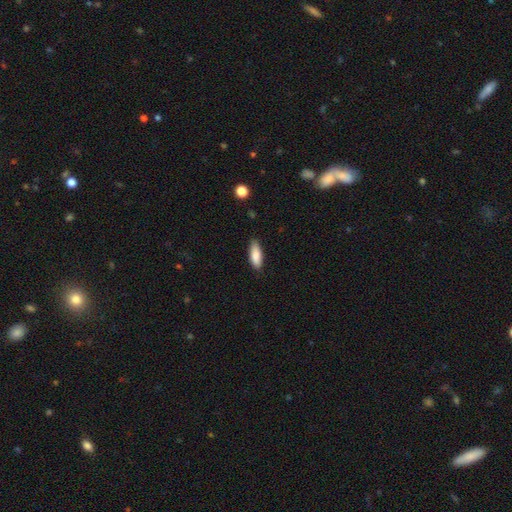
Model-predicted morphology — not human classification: Q: Smooth or featured?
A: smooth (85%); runner-up: featured or disk (9%)
Q: How rounded?
A: in between (67%); runner-up: cigar-shaped (31%)
Q: Merging?
A: none (83%); runner-up: minor disturbance (14%)